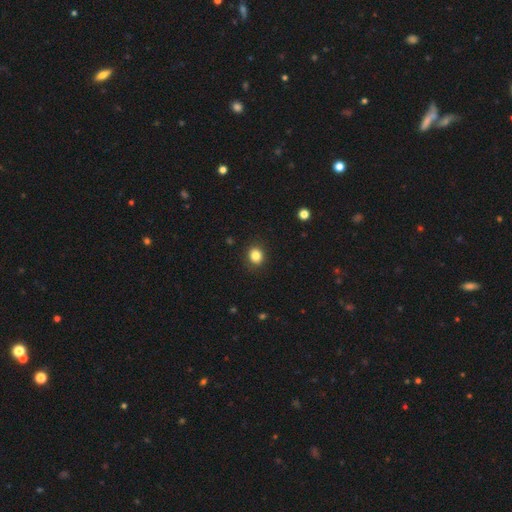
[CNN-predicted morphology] This appears to be a smooth galaxy with no disk features (84%) that is round (72%). Merging: none (89%).